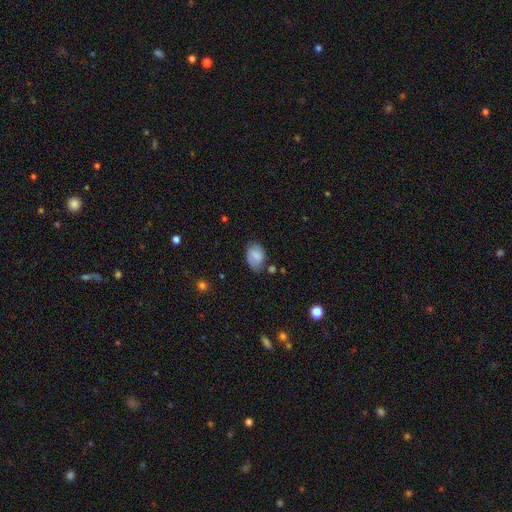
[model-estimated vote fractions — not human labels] smooth 73%, featured or disk 19%, star or artifact 8%. Down the decision tree: how rounded — in between (82%); merging — none (61%).